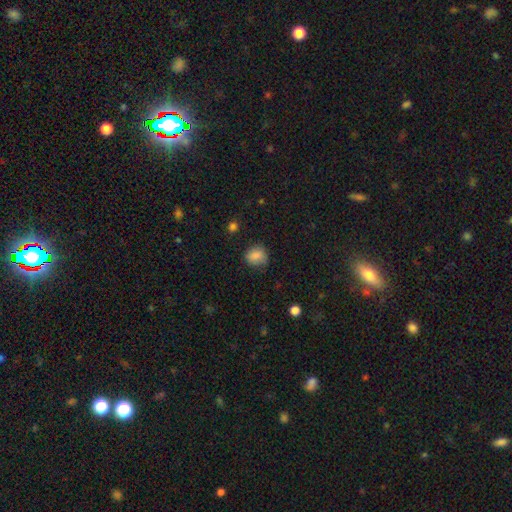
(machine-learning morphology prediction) Smooth or featured?
  - smooth: 84% *
  - star or artifact: 10%
  - featured or disk: 6%
How rounded?
  - round: 72% *
  - in between: 27%
  - cigar-shaped: 1%
Merging?
  - none: 74% *
  - minor disturbance: 20%
  - major disturbance: 5%
  - merger: 1%